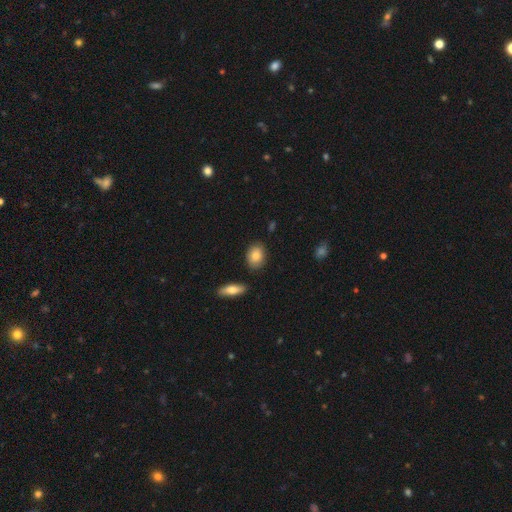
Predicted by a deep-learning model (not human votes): The model was most divided on "how rounded": in between: 76%, round: 22%, cigar-shaped: 2%. More confident: smooth or featured — smooth (84%); merging — none (84%).